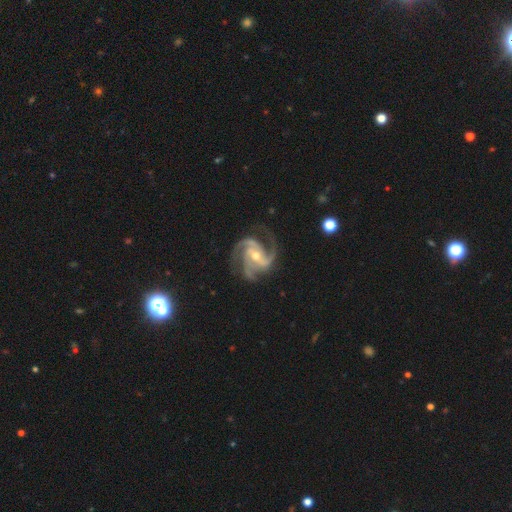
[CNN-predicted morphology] A featured or disk galaxy (93%) with no bar (39%), 3 (69%) medium (57%) spiral arms (99%) and a moderate central bulge (53%). Merging: none (74%).